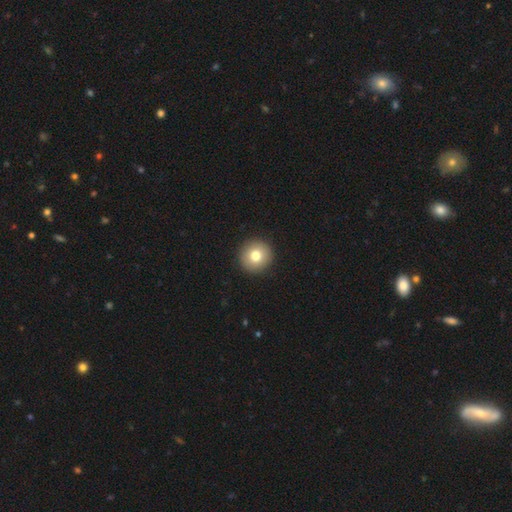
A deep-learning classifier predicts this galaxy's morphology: A smooth galaxy with no disk features (77%) that is round (95%). Merging: none (93%).